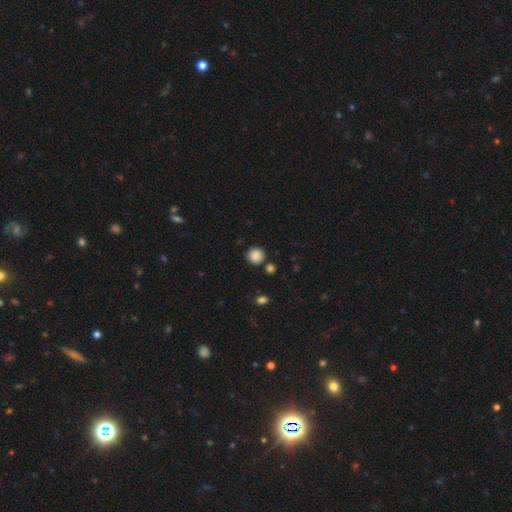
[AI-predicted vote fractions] Smooth or featured? Predicted: smooth (p=0.87). How rounded? Predicted: round (p=0.93). Merging? Predicted: none (p=0.84).